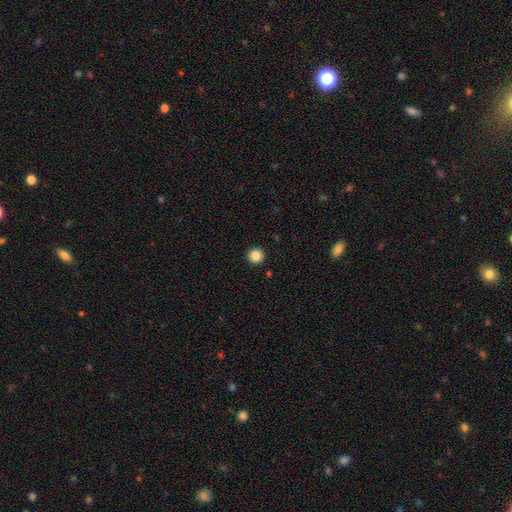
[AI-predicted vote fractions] A smooth galaxy with no disk features (86%) that is round (96%).

Vote fractions:
- Smooth or featured? smooth: 86% / star or artifact: 10% / featured or disk: 4%
- How rounded? round: 96% / in between: 3% / cigar-shaped: 1%
- Merging? none: 93% / minor disturbance: 4% / major disturbance: 2% / merger: 1%